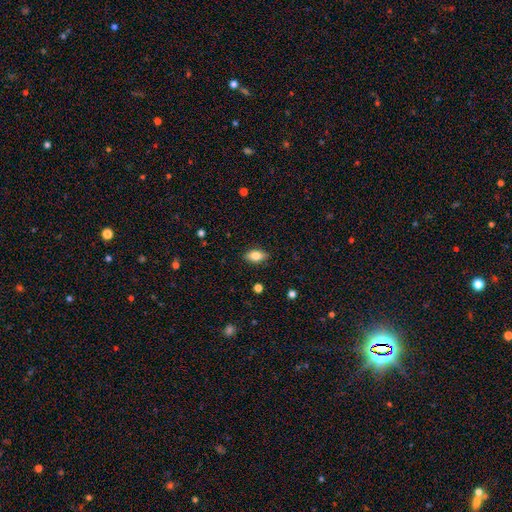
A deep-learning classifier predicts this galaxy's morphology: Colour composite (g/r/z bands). It shows a smooth galaxy with no disk features (77%) that is in between round and cigar-shaped (88%). Merging: none (88%).